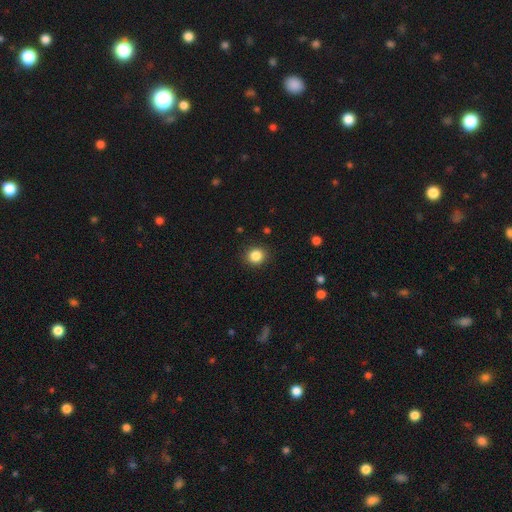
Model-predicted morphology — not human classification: This appears to be a smooth galaxy with no disk features (85%) that is round (87%). Merging: none (90%).